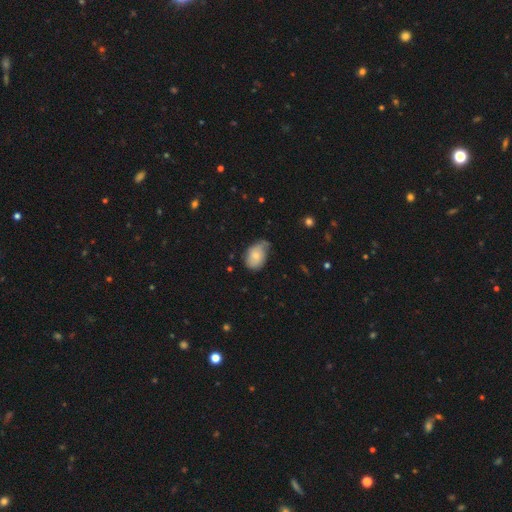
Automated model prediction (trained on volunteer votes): Smooth or featured?
  - smooth: 70% *
  - featured or disk: 23%
  - star or artifact: 7%
How rounded?
  - in between: 81% *
  - round: 17%
  - cigar-shaped: 1%
Merging?
  - none: 44% *
  - minor disturbance: 42%
  - major disturbance: 11%
  - merger: 3%